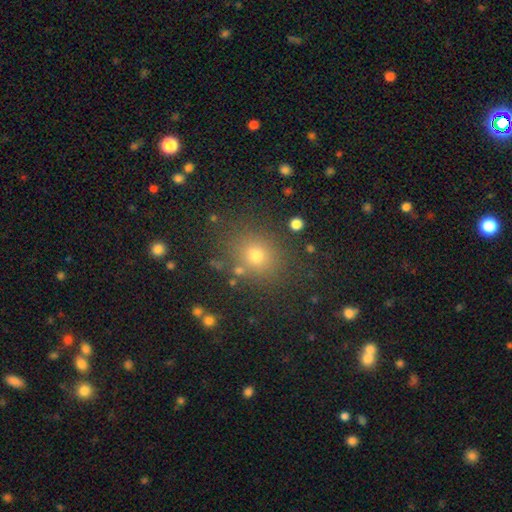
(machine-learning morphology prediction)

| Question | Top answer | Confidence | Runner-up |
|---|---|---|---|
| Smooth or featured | smooth | 71% | star or artifact (20%) |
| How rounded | round | 71% | in between (28%) |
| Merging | none | 81% | minor disturbance (10%) |